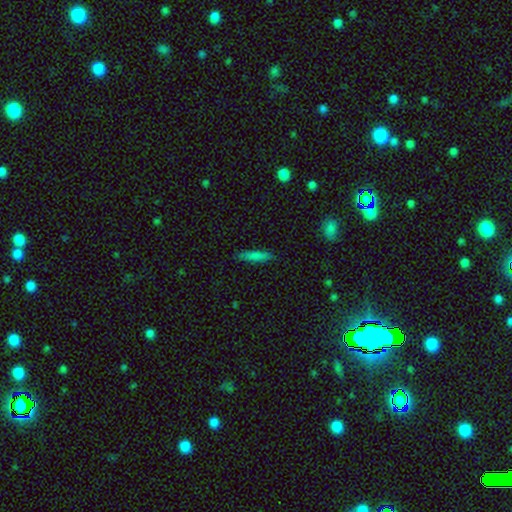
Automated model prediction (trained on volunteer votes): Smooth or featured? Predicted: smooth (p=0.80). How rounded? Predicted: cigar-shaped (p=0.82). Merging? Predicted: none (p=0.86).